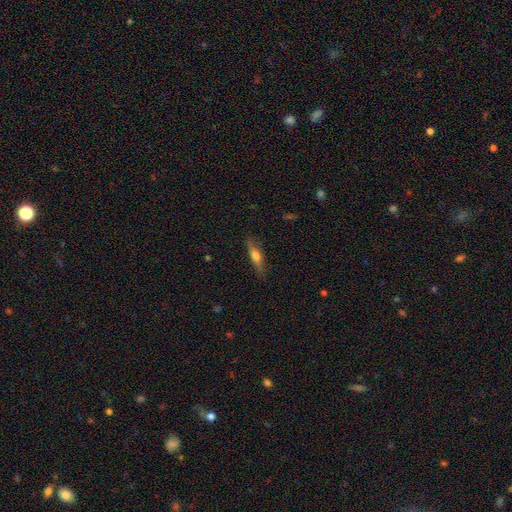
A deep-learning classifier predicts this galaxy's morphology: Q: Smooth or featured?
A: smooth (55%); runner-up: featured or disk (38%)
Q: How rounded?
A: cigar-shaped (71%); runner-up: in between (27%)
Q: Merging?
A: none (83%); runner-up: minor disturbance (13%)